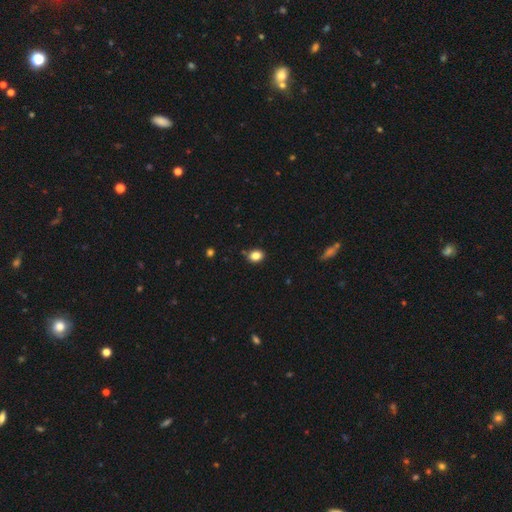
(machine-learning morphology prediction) smooth 85%, star or artifact 11%, featured or disk 5%. Down the decision tree: how rounded — round (50%); merging — none (83%).